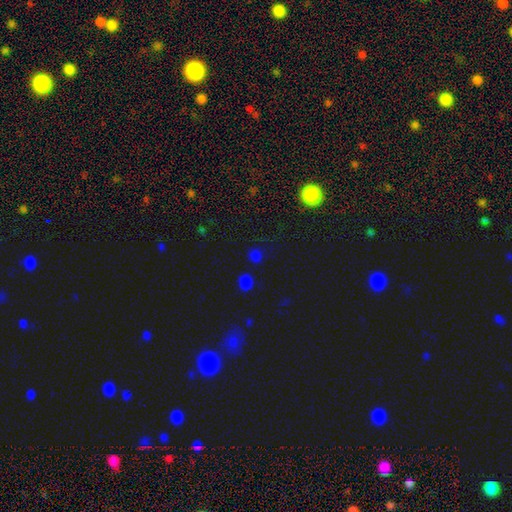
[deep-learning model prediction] Overall: smooth (66%; star or artifact 30%). How rounded: round (83%). Merging: none (82%).